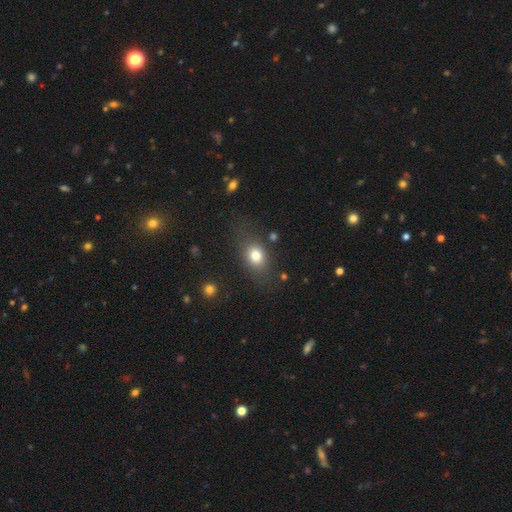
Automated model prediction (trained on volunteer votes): Morphology: type=smooth (77%); roundness=in between (64%); merging=none (71%).